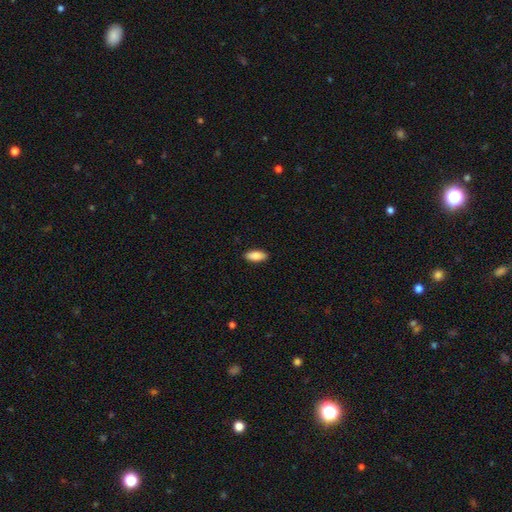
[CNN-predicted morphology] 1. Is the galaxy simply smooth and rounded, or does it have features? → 87% smooth, 7% featured or disk, 6% star or artifact.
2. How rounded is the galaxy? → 86% in between, 12% cigar-shaped, 2% round.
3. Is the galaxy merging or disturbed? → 90% none, 7% minor disturbance, 2% major disturbance, 1% merger.